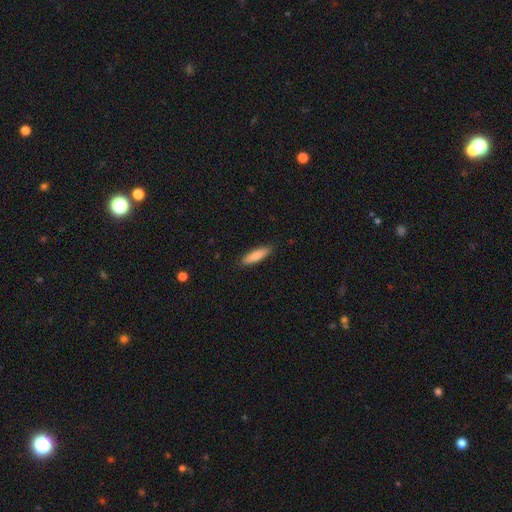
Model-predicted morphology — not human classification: smooth_or_featured: smooth (p=0.83) [alt: featured or disk p=0.11]
how_rounded: cigar-shaped (p=0.69) [alt: in between p=0.30]
merging: none (p=0.89) [alt: minor disturbance p=0.08]